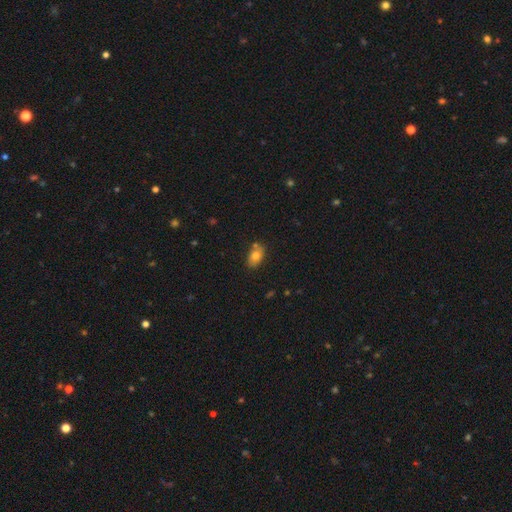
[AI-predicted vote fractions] Smooth or featured? Predicted: smooth (p=0.76). How rounded? Predicted: in between (p=0.85). Merging? Predicted: none (p=0.72).